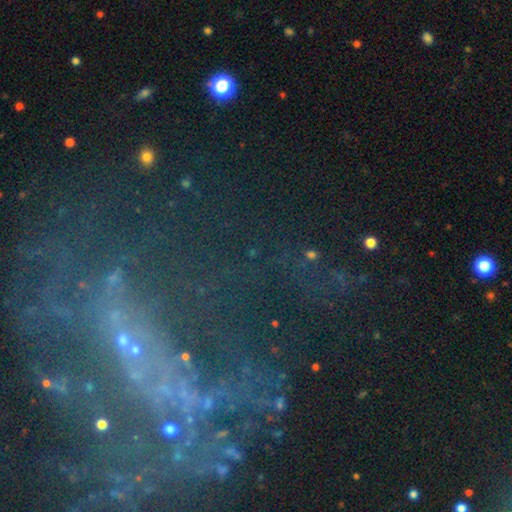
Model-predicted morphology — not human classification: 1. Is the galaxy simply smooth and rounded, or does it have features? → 48% star or artifact, 34% featured or disk, 18% smooth.